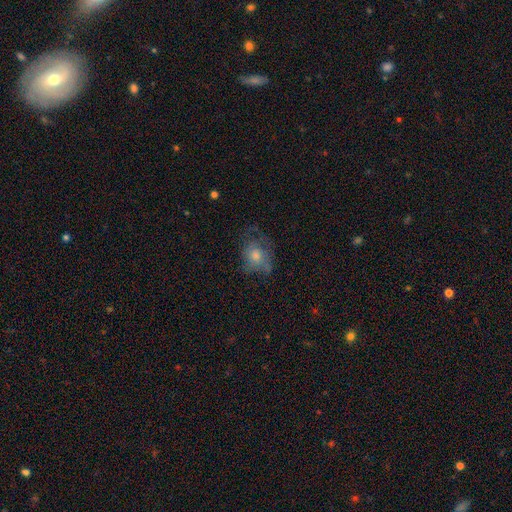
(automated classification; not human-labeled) Smooth or featured?
  - smooth: 53% *
  - featured or disk: 35%
  - star or artifact: 12%
How rounded?
  - round: 54% *
  - in between: 45%
  - cigar-shaped: 1%
Merging?
  - none: 51% *
  - minor disturbance: 26%
  - major disturbance: 21%
  - merger: 2%